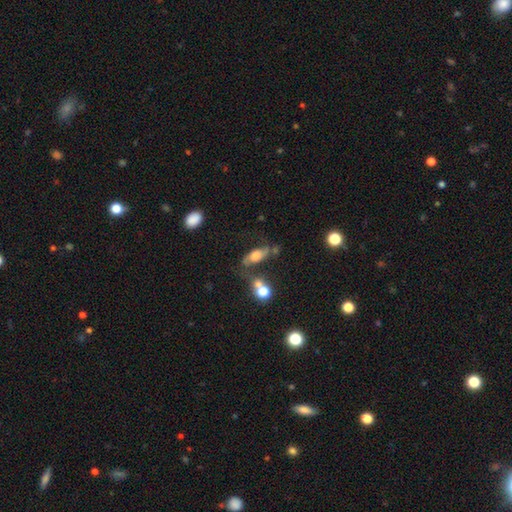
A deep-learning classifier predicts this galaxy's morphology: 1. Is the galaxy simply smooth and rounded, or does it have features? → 53% smooth, 35% featured or disk, 12% star or artifact.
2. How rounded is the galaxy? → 71% in between, 21% cigar-shaped, 8% round.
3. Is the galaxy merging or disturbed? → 47% none, 23% minor disturbance, 15% merger, 15% major disturbance.